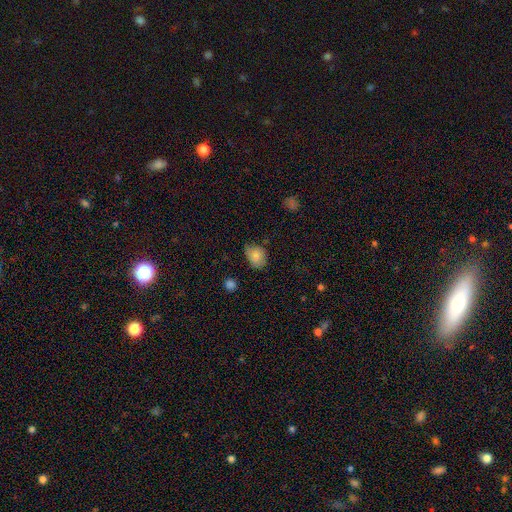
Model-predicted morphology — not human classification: Smooth or featured? Predicted: smooth (p=0.82). How rounded? Predicted: in between (p=0.62). Merging? Predicted: none (p=0.56).